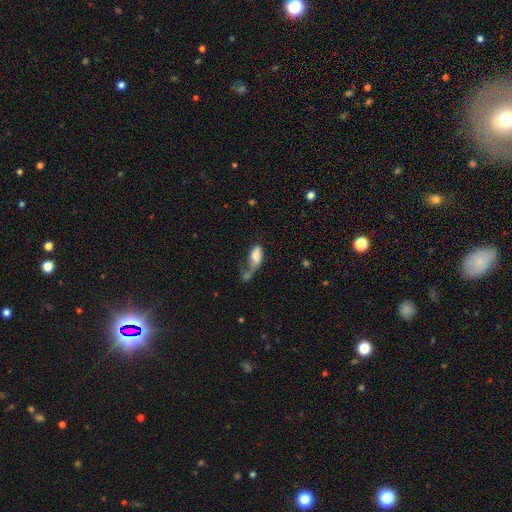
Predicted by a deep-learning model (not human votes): smooth_or_featured: smooth (p=0.69) [alt: featured or disk p=0.21]
how_rounded: in between (p=0.84) [alt: cigar-shaped p=0.10]
merging: major disturbance (p=0.38) [alt: merger p=0.29]